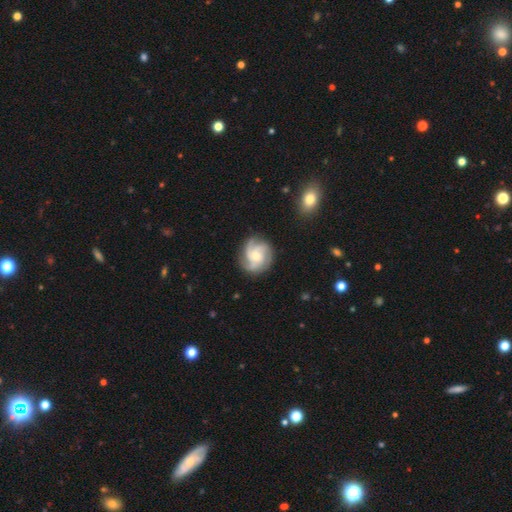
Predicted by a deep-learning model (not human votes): The model was most divided on "bulge size": small: 49%, moderate: 45%, large: 3%, none: 2%, dominant: 1%. Remaining: edge-on disk — no (98%); spiral arms — yes (98%); smooth or featured — featured or disk (85%); merging — none (80%); bar — no (73%); spiral arm count — 3 (60%); spiral winding — tight (47%).